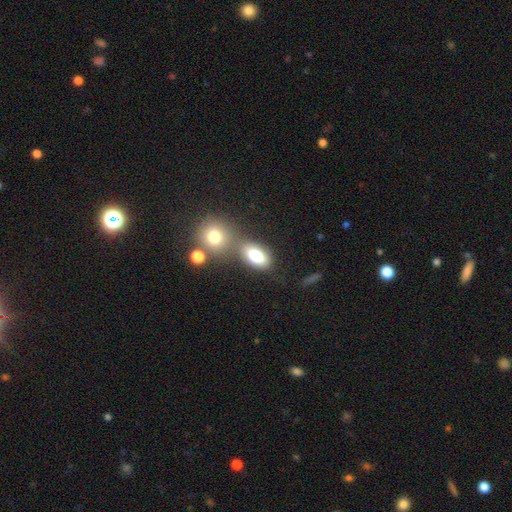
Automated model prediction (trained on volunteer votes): smooth-or-featured: smooth: 79% | featured or disk: 11% | star or artifact: 10%
  how-rounded: in between: 85% | round: 12% | cigar-shaped: 3%
  merging: none: 52% | merger: 30% | minor disturbance: 13% | major disturbance: 5%